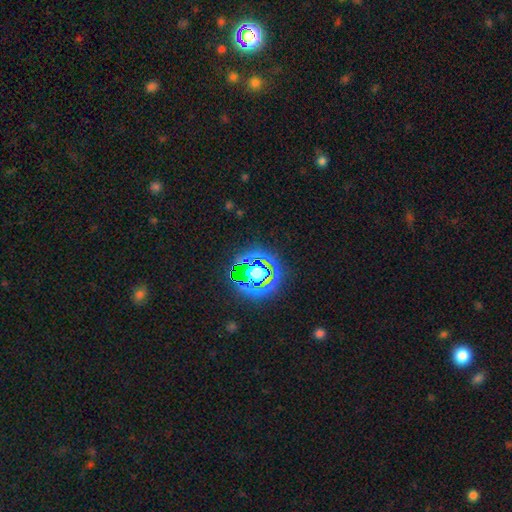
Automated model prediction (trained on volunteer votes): Smooth or featured? star or artifact (81%)